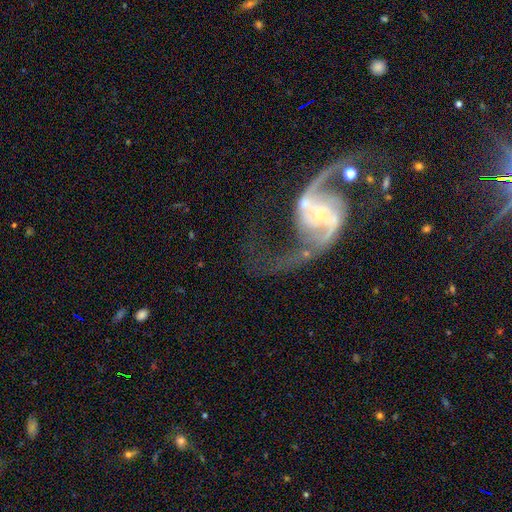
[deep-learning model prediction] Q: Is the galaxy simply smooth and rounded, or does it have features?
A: featured or disk — 89%.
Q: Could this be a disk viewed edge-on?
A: no — 97%.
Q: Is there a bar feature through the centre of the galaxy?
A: no — 46%.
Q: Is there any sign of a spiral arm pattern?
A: yes — 97%.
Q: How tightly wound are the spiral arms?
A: loose — 59%.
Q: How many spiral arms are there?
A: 2 — 92%.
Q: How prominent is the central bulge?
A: small — 54%.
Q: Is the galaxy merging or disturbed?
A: none — 60%.